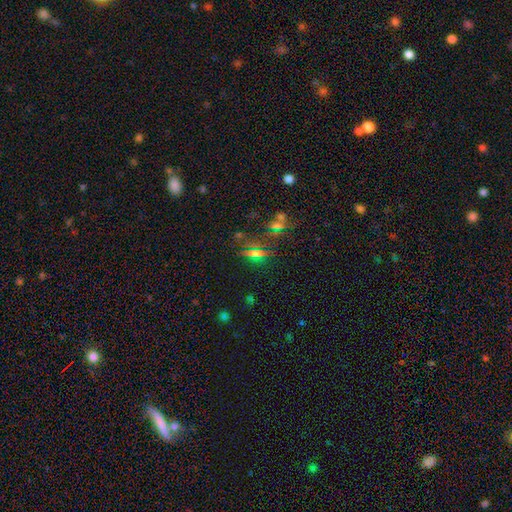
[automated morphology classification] A star or artifact, not a galaxy (50%).